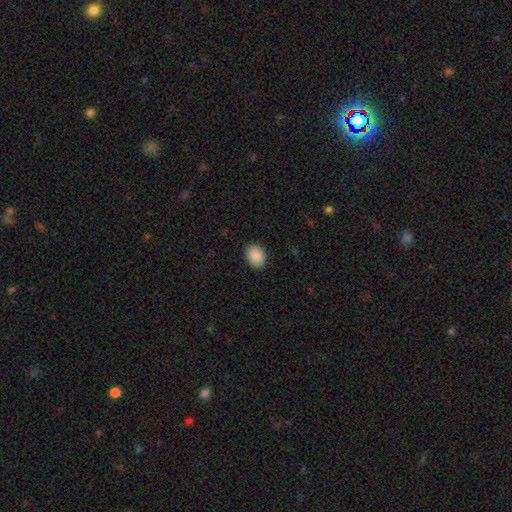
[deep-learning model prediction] A smooth galaxy with no disk features (90%) that is in between round and cigar-shaped (66%). Merging: none (87%).